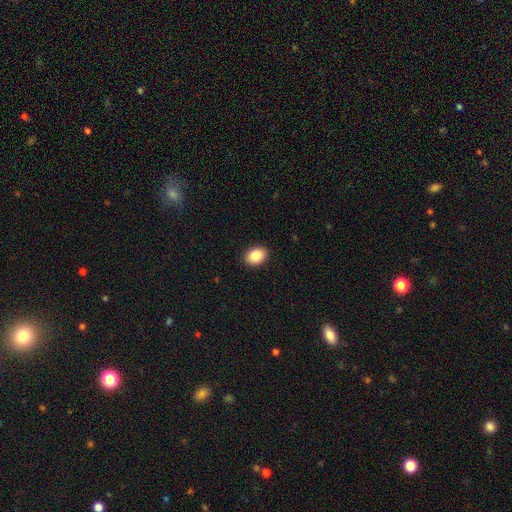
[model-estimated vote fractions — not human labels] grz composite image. It shows a smooth galaxy with no disk features (88%) that is in between round and cigar-shaped (75%). Merging: none (90%).